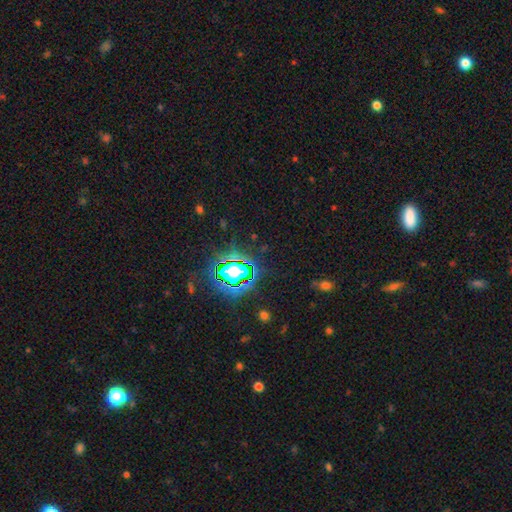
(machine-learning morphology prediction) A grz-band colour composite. It shows a star or artifact, not a galaxy (79%).